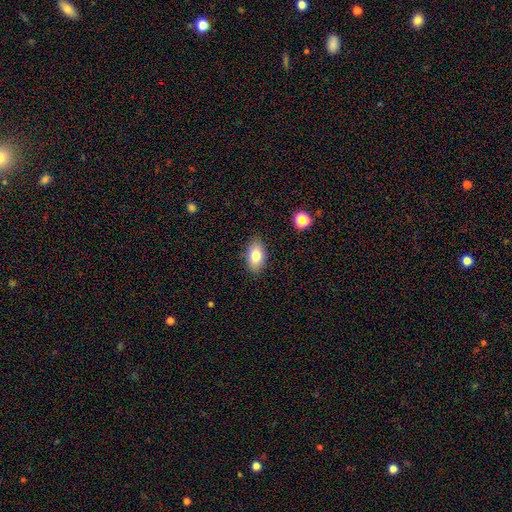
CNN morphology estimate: The model was most divided on "smooth or featured": smooth: 80%, featured or disk: 12%, star or artifact: 8%. More confident: how rounded — in between (91%); merging — none (86%).